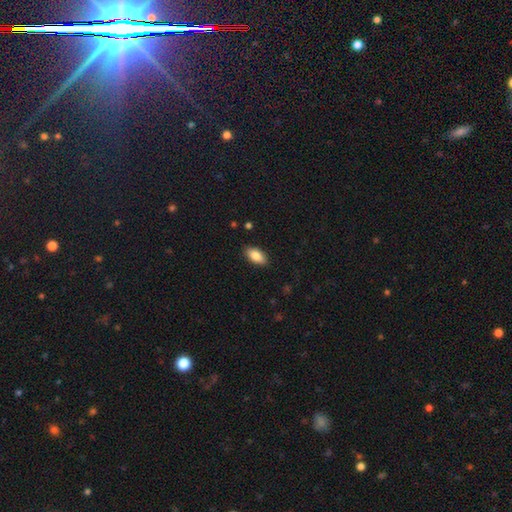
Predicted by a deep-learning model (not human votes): This is clearly a smooth galaxy (86%). How rounded: clearly in between (91%). Merging: clearly none (87%).